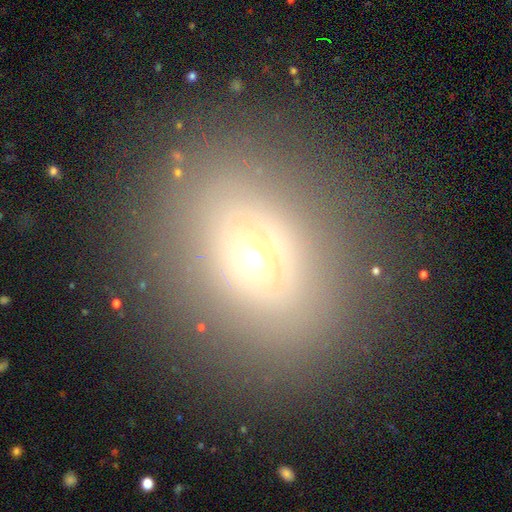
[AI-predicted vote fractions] Smooth or featured? Predicted: smooth (p=0.45). Merging? Predicted: none (p=0.78).